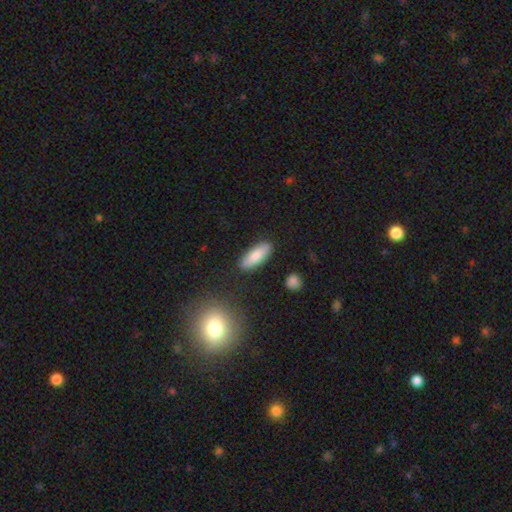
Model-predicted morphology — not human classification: This appears to be a smooth galaxy with no disk features (82%) that is in between round and cigar-shaped (68%). Merging: none (87%).